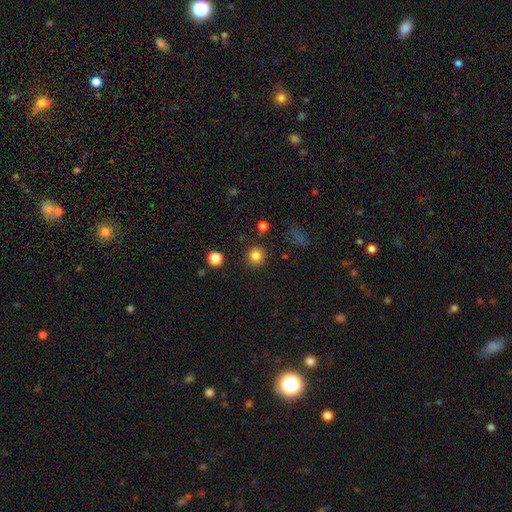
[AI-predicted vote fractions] The model was most divided on "smooth or featured": smooth: 83%, star or artifact: 12%, featured or disk: 5%. More confident: how rounded — round (94%); merging — none (90%).